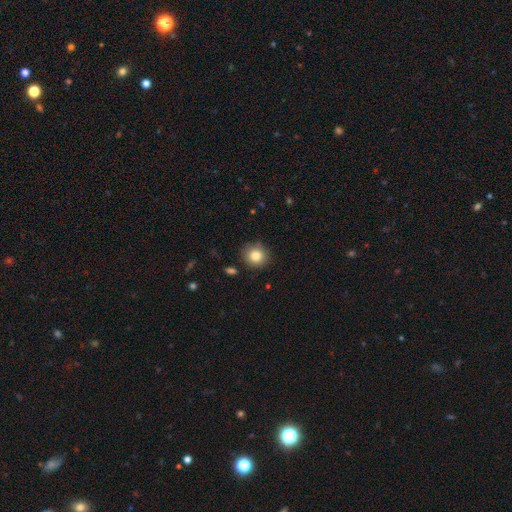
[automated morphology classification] A smooth galaxy with no disk features (83%) that is round (90%).

Vote fractions:
- Smooth or featured? smooth: 83% / star or artifact: 10% / featured or disk: 7%
- How rounded? round: 90% / in between: 9% / cigar-shaped: 1%
- Merging? none: 87% / minor disturbance: 9% / major disturbance: 2% / merger: 2%